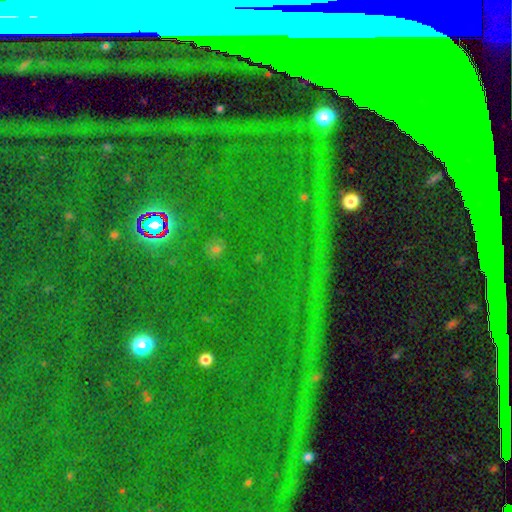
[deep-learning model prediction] The model was most divided on "smooth or featured": star or artifact: 82%, smooth: 10%, featured or disk: 8%.